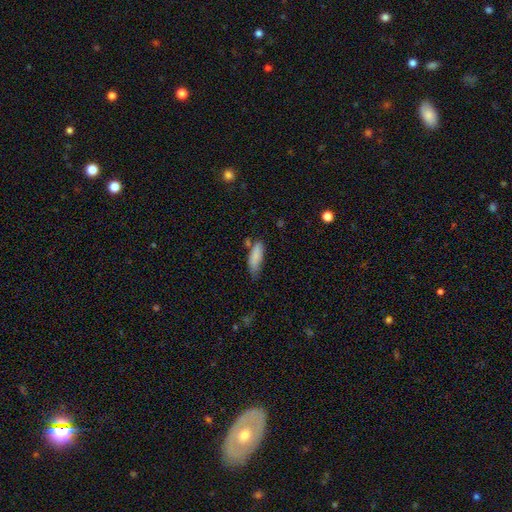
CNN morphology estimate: smooth-or-featured: smooth: 84% | featured or disk: 9% | star or artifact: 7%
  how-rounded: in between: 59% | cigar-shaped: 39% | round: 2%
  merging: none: 53% | minor disturbance: 32% | merger: 8% | major disturbance: 7%